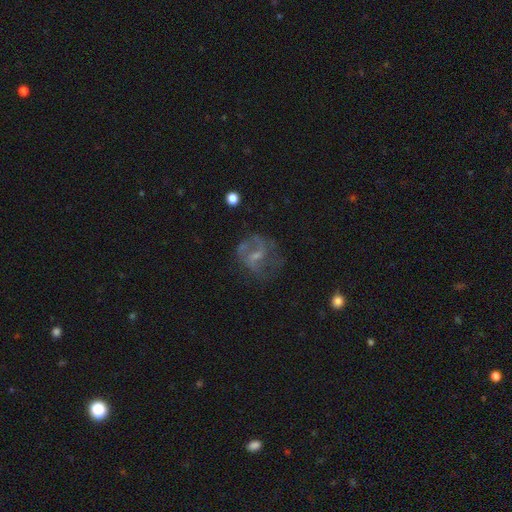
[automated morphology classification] Smooth or featured? featured or disk (68%)
Edge-on disk? no (97%)
Bar? weak (49%)
Spiral arms? yes (71%)
Bulge size? small (53%)
Merging? none (51%)